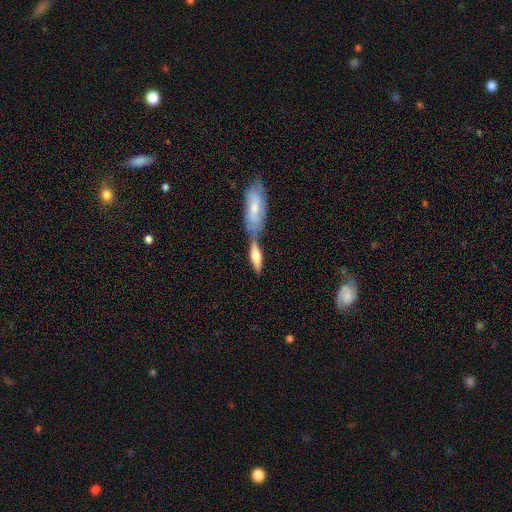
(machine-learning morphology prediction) A smooth galaxy with no disk features (62%) that is in between round and cigar-shaped (50%).

Vote fractions:
- Smooth or featured? smooth: 62% / featured or disk: 32% / star or artifact: 6%
- How rounded? in between: 50% / cigar-shaped: 47% / round: 3%
- Merging? merger: 44% / none: 39% / minor disturbance: 12% / major disturbance: 5%